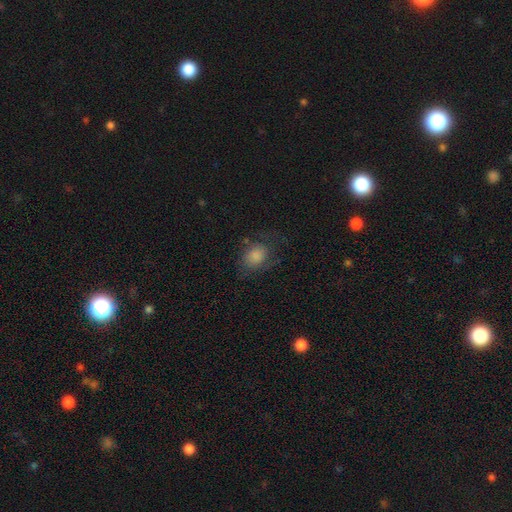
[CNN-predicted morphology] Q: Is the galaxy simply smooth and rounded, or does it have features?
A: smooth — 73%.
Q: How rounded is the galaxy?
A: in between — 51%.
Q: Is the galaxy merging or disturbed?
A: none — 62%.